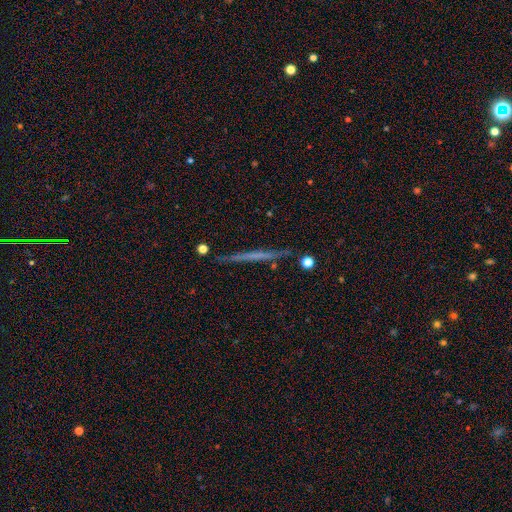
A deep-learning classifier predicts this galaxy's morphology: Overall: featured or disk (57%; smooth 35%). Edge-on disk: yes (97%). Edge-on bulge: none (89%). Merging: none (89%).